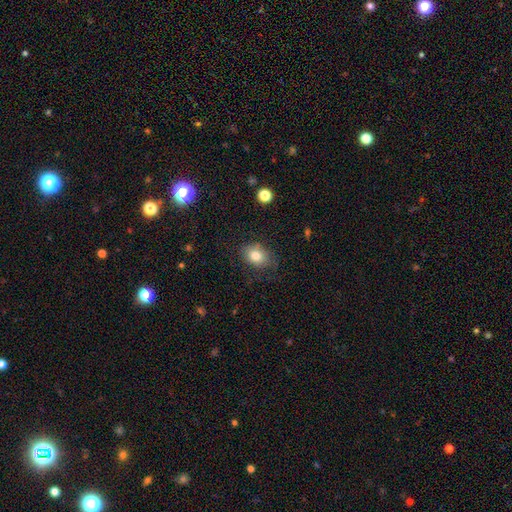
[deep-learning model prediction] The model was most divided on "how rounded": in between: 67%, round: 32%, cigar-shaped: 1%. More confident: smooth or featured — smooth (81%); merging — none (73%).